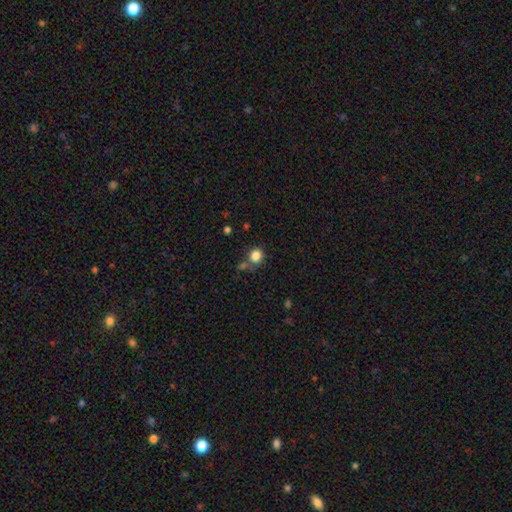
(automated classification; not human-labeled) This appears to be a smooth galaxy with no disk features (83%) that is round (85%). Merging: none (68%).